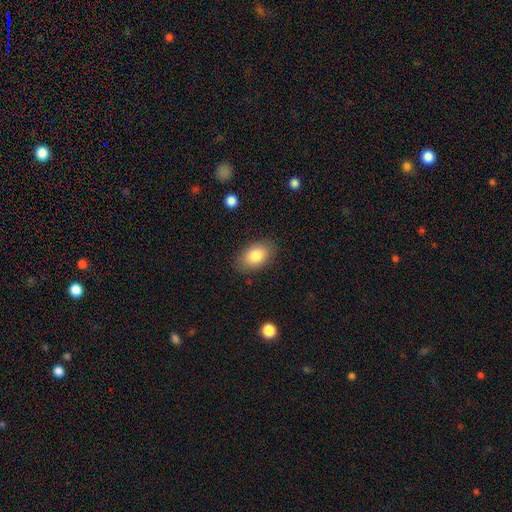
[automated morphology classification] Overall: smooth (83%). How rounded: in between (90%). Merging: none (85%).